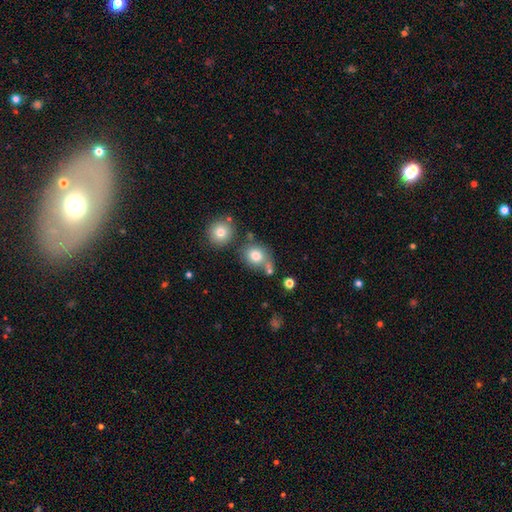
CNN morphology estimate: Smooth or featured?
  - smooth: 79% *
  - star or artifact: 11%
  - featured or disk: 10%
How rounded?
  - round: 76% *
  - in between: 23%
  - cigar-shaped: 1%
Merging?
  - none: 60% *
  - merger: 21%
  - minor disturbance: 14%
  - major disturbance: 6%